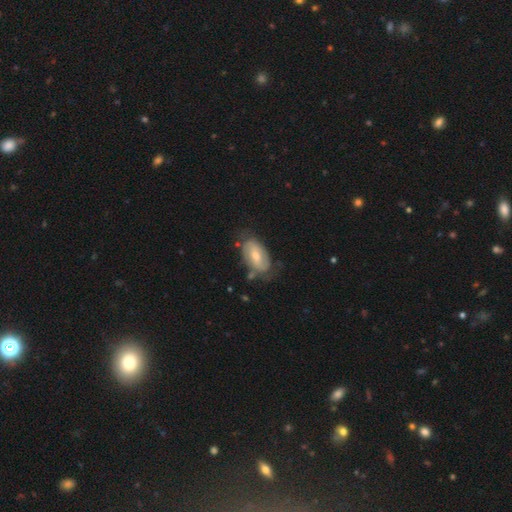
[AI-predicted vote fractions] smooth_or_featured: featured or disk (p=0.60) [alt: smooth p=0.33]
disk_edge_on: no (p=0.93) [alt: yes p=0.07]
bar: weak (p=0.42) [alt: no p=0.40]
has_spiral_arms: yes (p=0.71) [alt: no p=0.29]
bulge_size: moderate (p=0.56) [alt: small p=0.39]
merging: none (p=0.64) [alt: minor disturbance p=0.23]